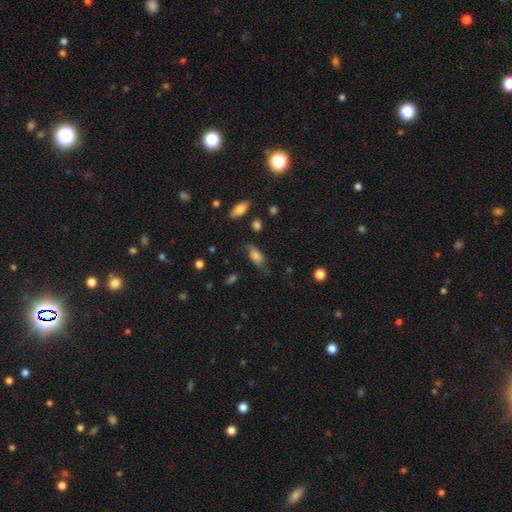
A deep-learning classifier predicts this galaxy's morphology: This appears to be a smooth galaxy with no disk features (62%) that is in between round and cigar-shaped (80%). Merging: none (57%).